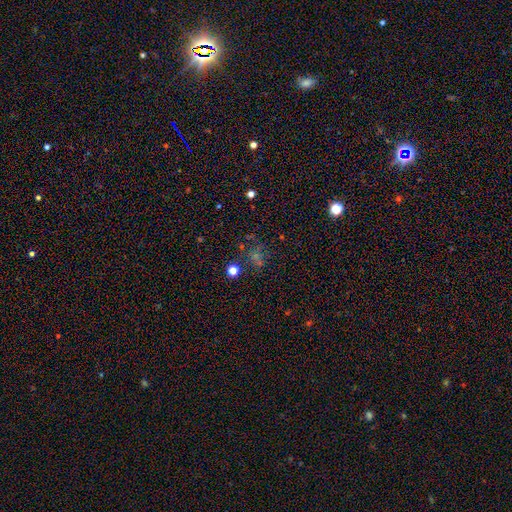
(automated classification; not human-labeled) A star or artifact, not a galaxy (48%).

Vote fractions:
- Smooth or featured? star or artifact: 48% / smooth: 35% / featured or disk: 17%